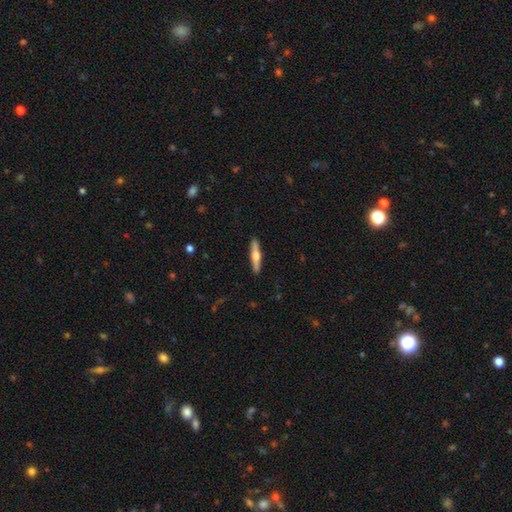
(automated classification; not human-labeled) The model was most divided on "smooth or featured": featured or disk: 56%, smooth: 39%, star or artifact: 5%. More confident: edge-on disk — yes (96%); edge-on bulge — rounded (93%); merging — none (91%).